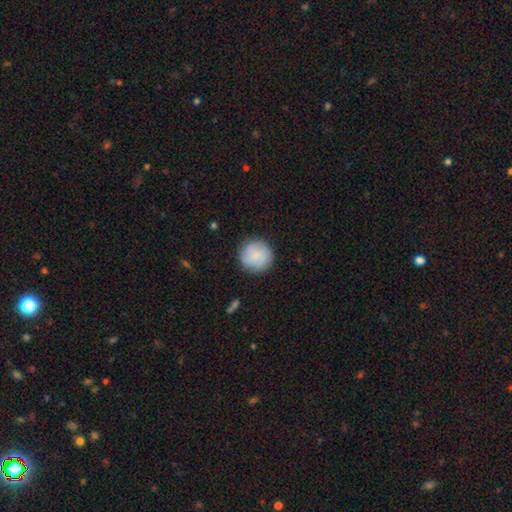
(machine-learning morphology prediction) smooth-or-featured: smooth: 79% | featured or disk: 15% | star or artifact: 6%
  how-rounded: round: 95% | in between: 4% | cigar-shaped: 1%
  merging: none: 87% | minor disturbance: 9% | major disturbance: 3% | merger: 1%